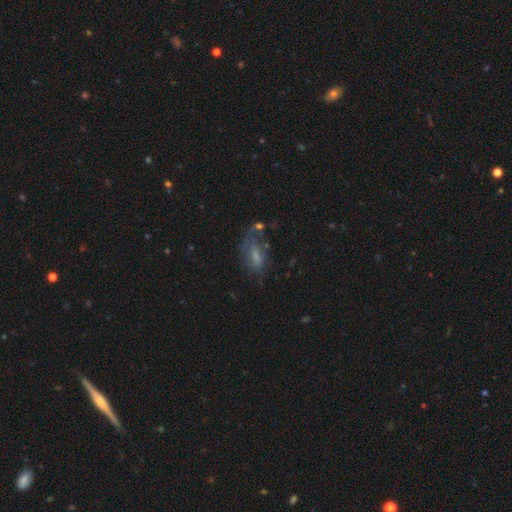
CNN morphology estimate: A smooth galaxy with no disk features (46%). Merging: none (44%).